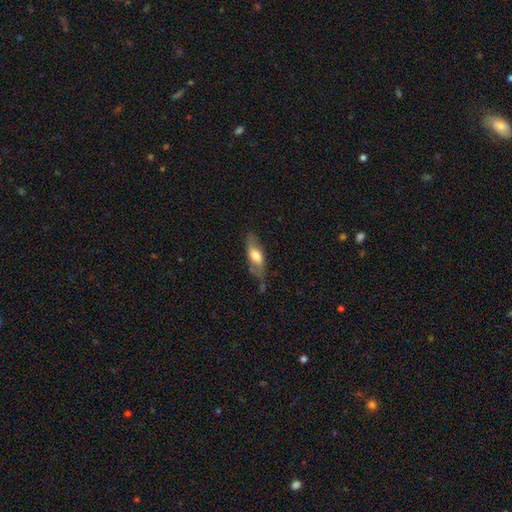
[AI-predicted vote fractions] A smooth galaxy with no disk features (54%) that is in between round and cigar-shaped (66%).

Vote fractions:
- Smooth or featured? smooth: 54% / featured or disk: 40% / star or artifact: 6%
- How rounded? in between: 66% / cigar-shaped: 31% / round: 3%
- Merging? none: 56% / minor disturbance: 29% / major disturbance: 10% / merger: 5%